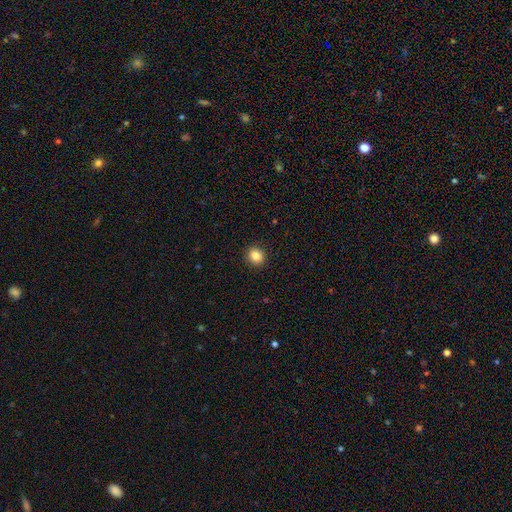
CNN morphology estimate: smooth-or-featured: smooth: 85% | star or artifact: 10% | featured or disk: 4%
  how-rounded: round: 86% | in between: 13% | cigar-shaped: 1%
  merging: none: 92% | minor disturbance: 5% | major disturbance: 2% | merger: 1%